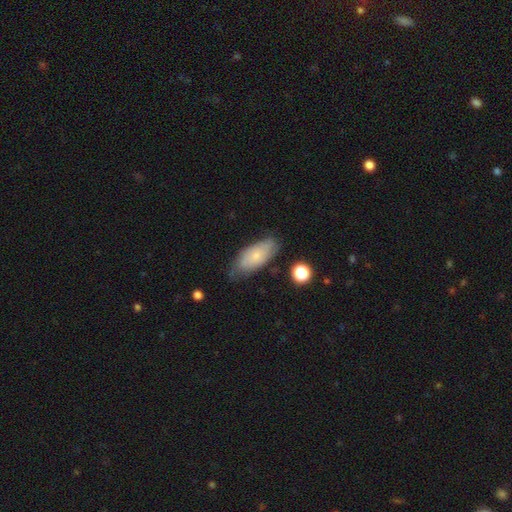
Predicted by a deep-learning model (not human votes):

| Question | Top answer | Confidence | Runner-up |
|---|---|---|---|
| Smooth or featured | smooth | 61% | featured or disk (32%) |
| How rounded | in between | 85% | cigar-shaped (12%) |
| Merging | none | 67% | minor disturbance (25%) |